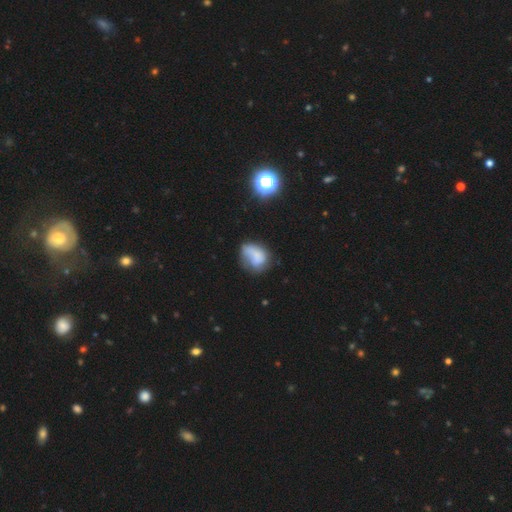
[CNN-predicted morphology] A smooth galaxy with no disk features (60%) that is in between round and cigar-shaped (58%).

Vote fractions:
- Smooth or featured? smooth: 60% / featured or disk: 29% / star or artifact: 11%
- How rounded? in between: 58% / round: 40% / cigar-shaped: 1%
- Merging? none: 38% / minor disturbance: 31% / major disturbance: 26% / merger: 6%